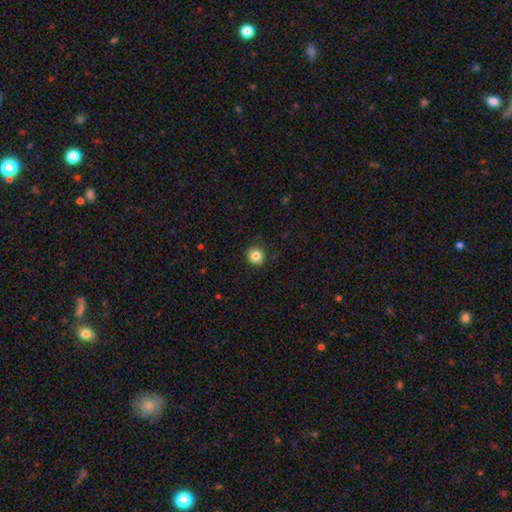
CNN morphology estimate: Smooth or featured? smooth (84%)
How rounded? round (93%)
Merging? none (90%)